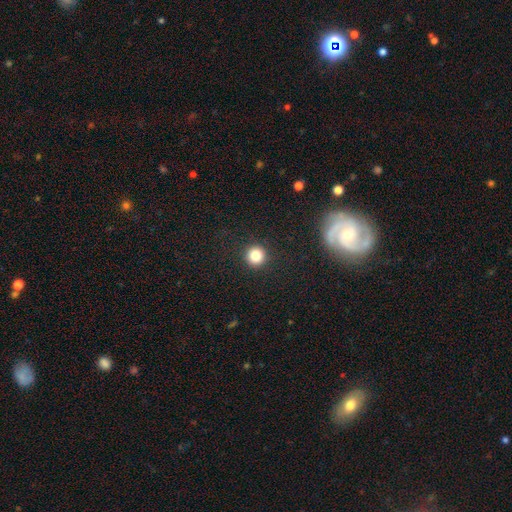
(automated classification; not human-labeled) smooth 83%, star or artifact 12%, featured or disk 6%. Down the decision tree: how rounded — round (95%); merging — none (92%).